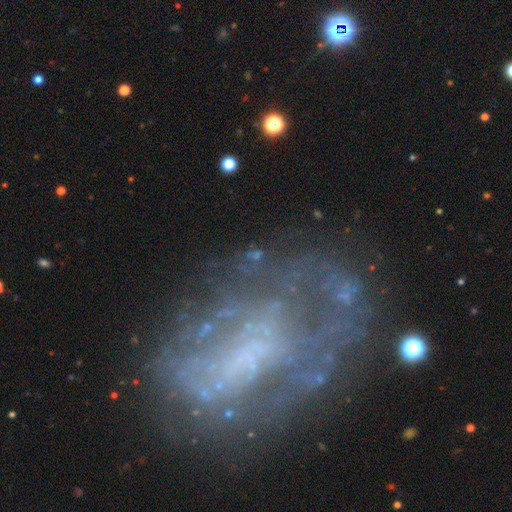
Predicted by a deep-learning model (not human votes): A featured or disk galaxy (59%) with no bar (52%), spiral arms (78%) and a small central bulge (53%).

Vote fractions:
- Smooth or featured? featured or disk: 59% / star or artifact: 25% / smooth: 17%
- Edge-on disk? no: 93% / yes: 7%
- Bar? no: 52% / weak: 27% / strong: 21%
- Spiral arms? yes: 78% / no: 22%
- Bulge size? small: 53% / moderate: 24% / none: 16% / large: 5% / dominant: 3%
- Merging? none: 65% / minor disturbance: 16% / major disturbance: 13% / merger: 5%